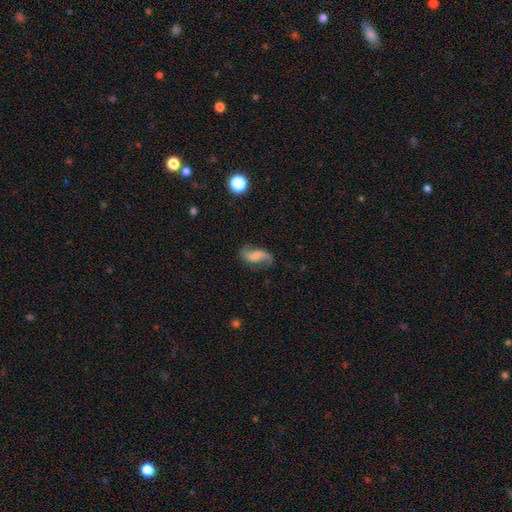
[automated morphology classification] Smooth or featured? featured or disk (64%)
Edge-on disk? no (95%)
Bar? no (47%)
Spiral arms? yes (92%)
Spiral winding? loose (76%)
Spiral arm count? 2 (88%)
Bulge size? none (42%)
Merging? none (67%)